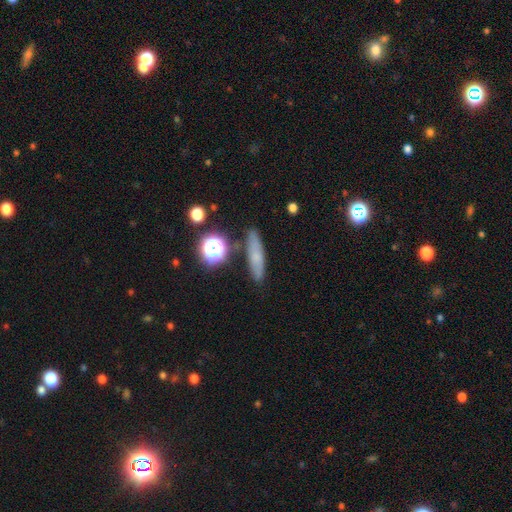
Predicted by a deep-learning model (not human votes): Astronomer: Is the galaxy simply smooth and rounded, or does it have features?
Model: smooth — 61%.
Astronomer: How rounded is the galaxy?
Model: cigar-shaped — 68%.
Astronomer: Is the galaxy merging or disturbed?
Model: none — 82%.